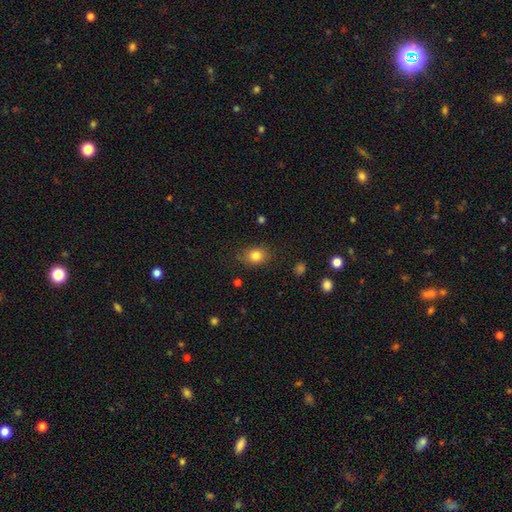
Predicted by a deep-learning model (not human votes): A smooth galaxy with no disk features (82%) that is in between round and cigar-shaped (53%). Merging: none (82%).